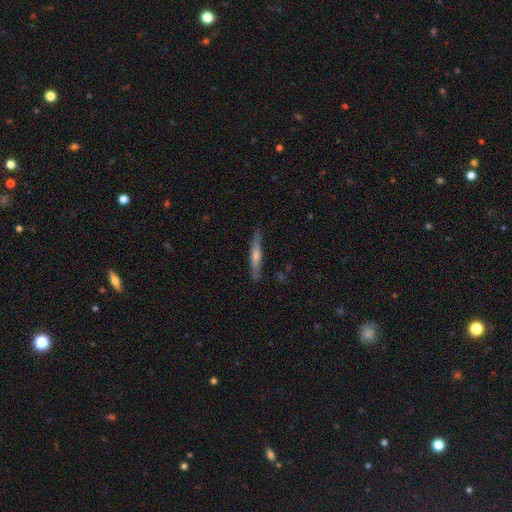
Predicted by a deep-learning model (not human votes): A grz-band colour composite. It shows a featured or disk galaxy (53%) viewed edge-on (93%). Merging: none (85%).